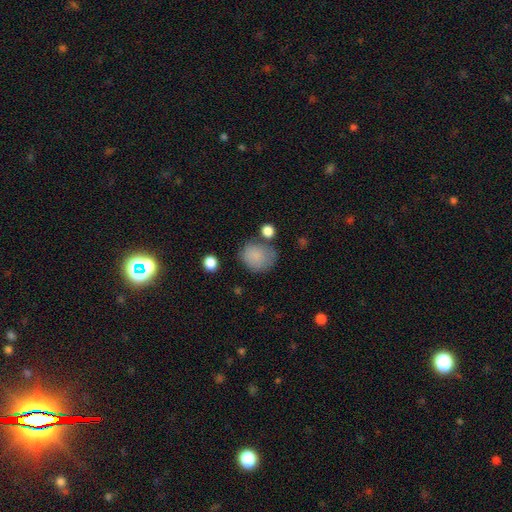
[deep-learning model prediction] A smooth galaxy with no disk features (83%) that is round (60%). Merging: none (58%).